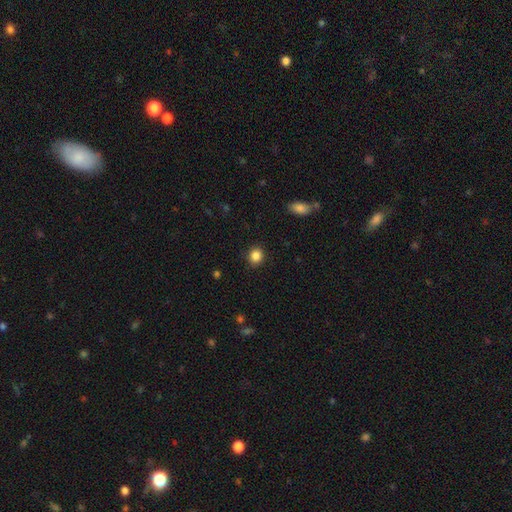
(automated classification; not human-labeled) Smooth or featured? smooth (85%)
How rounded? round (78%)
Merging? none (90%)